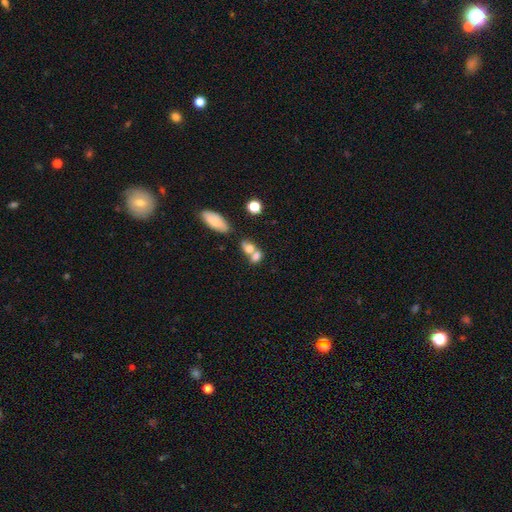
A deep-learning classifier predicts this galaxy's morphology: Smooth or featured? Predicted: smooth (p=0.72). How rounded? Predicted: in between (p=0.63). Merging? Predicted: merger (p=0.62).